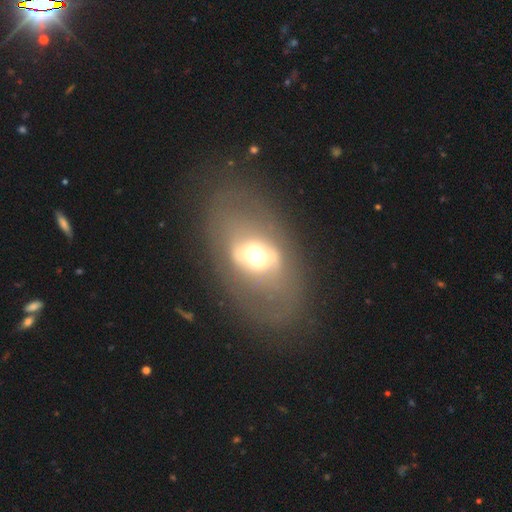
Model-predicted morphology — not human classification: A featured or disk galaxy (54%). Merging: none (66%).